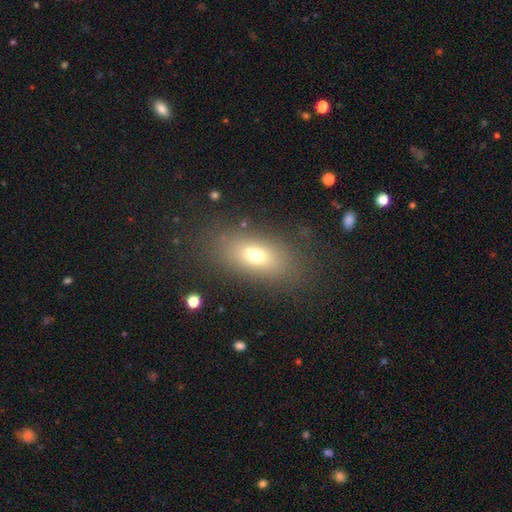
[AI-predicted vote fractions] Morphology: type=smooth (70%); roundness=in between (81%); merging=none (80%).